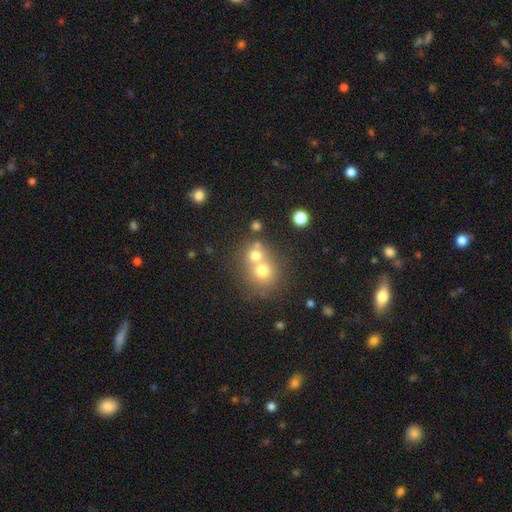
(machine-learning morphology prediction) A smooth galaxy with no disk features (69%) that is round (83%). Merging: merger (54%).